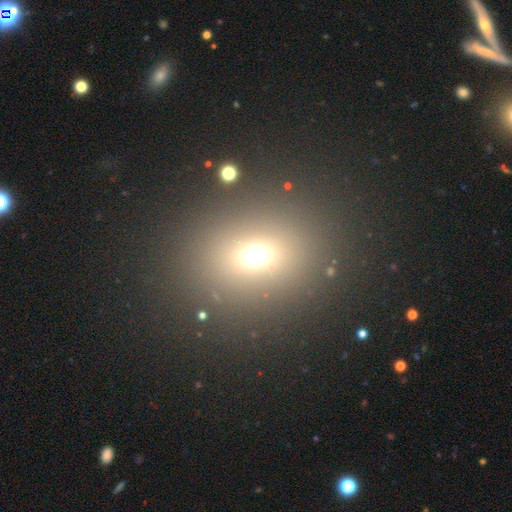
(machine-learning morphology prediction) This appears to be a smooth galaxy with no disk features (64%) that is round (61%). Merging: none (84%).